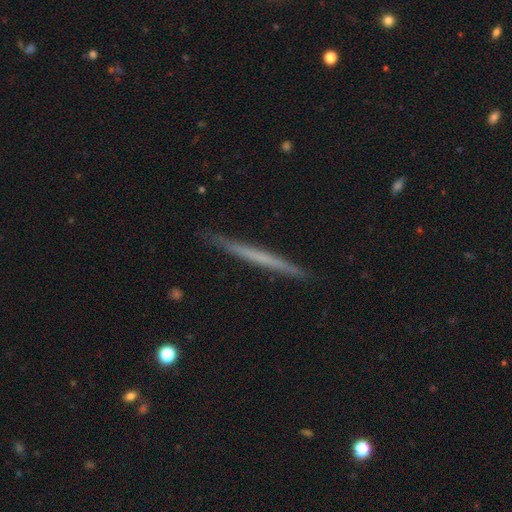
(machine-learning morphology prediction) Smooth or featured? Predicted: featured or disk (p=0.52). Edge-on disk? Predicted: yes (p=0.97). Edge-on bulge? Predicted: none (p=0.90). Merging? Predicted: none (p=0.91).